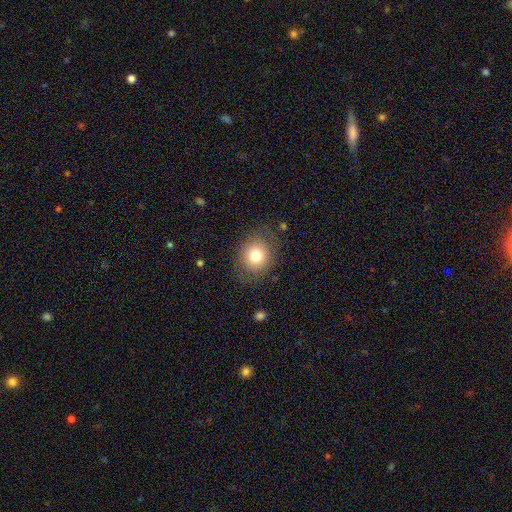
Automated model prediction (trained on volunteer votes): Smooth or featured: smooth — 77% (featured or disk — 12%)
How rounded: round — 69% (in between — 30%)
Merging: none — 80% (minor disturbance — 13%)